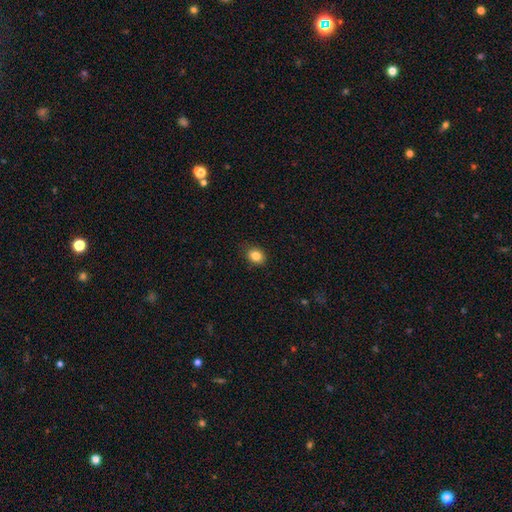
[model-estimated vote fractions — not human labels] Smooth or featured? smooth (84%)
How rounded? round (52%)
Merging? none (85%)